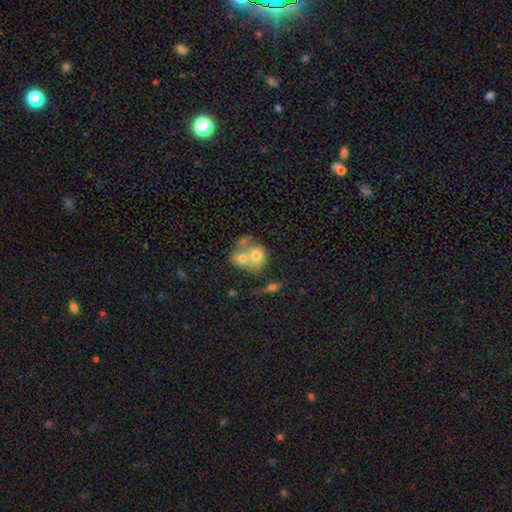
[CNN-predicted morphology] Overall: smooth (65%; featured or disk 26%). How rounded: round (64%; in between 35%). Merging: merger (69%).